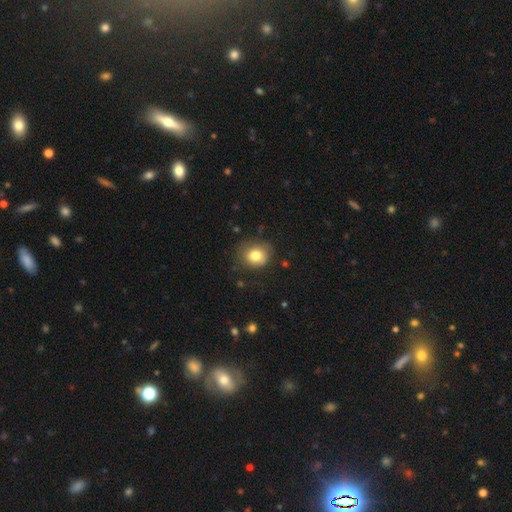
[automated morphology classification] smooth 79%, featured or disk 12%, star or artifact 9%. Down the decision tree: how rounded — round (70%); merging — none (71%).